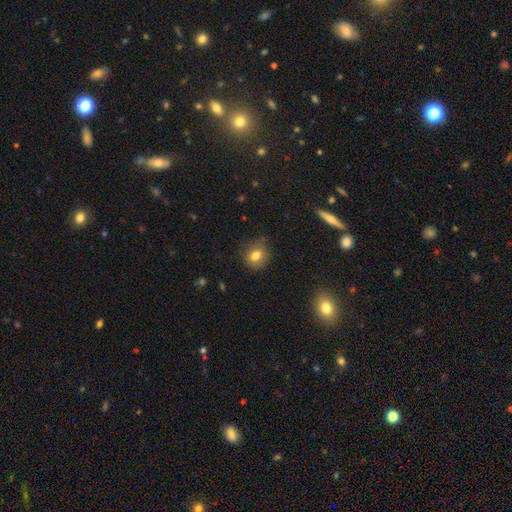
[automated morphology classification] The model was most divided on "how rounded": round: 76%, in between: 23%, cigar-shaped: 1%. More confident: merging — none (81%); smooth or featured — smooth (79%).